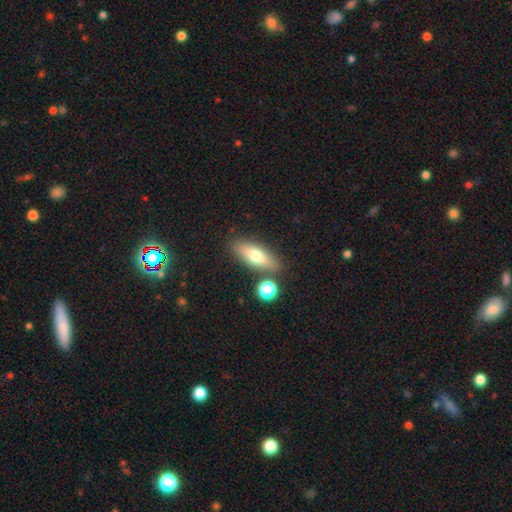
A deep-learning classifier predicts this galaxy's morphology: Smooth or featured? Predicted: smooth (p=0.70). How rounded? Predicted: in between (p=0.64). Merging? Predicted: none (p=0.80).